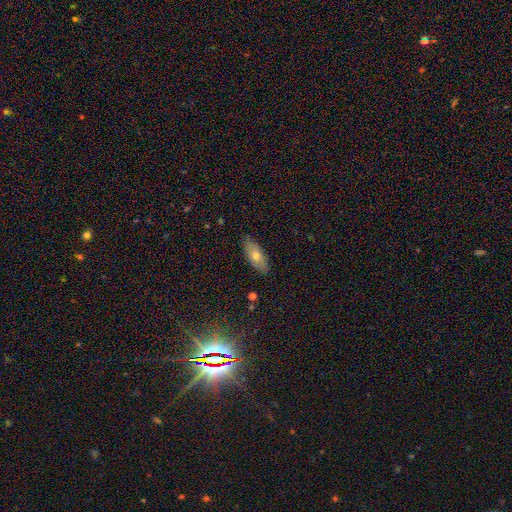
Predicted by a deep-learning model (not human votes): Morphology: type=smooth (65%); roundness=in between (79%); merging=none (86%).